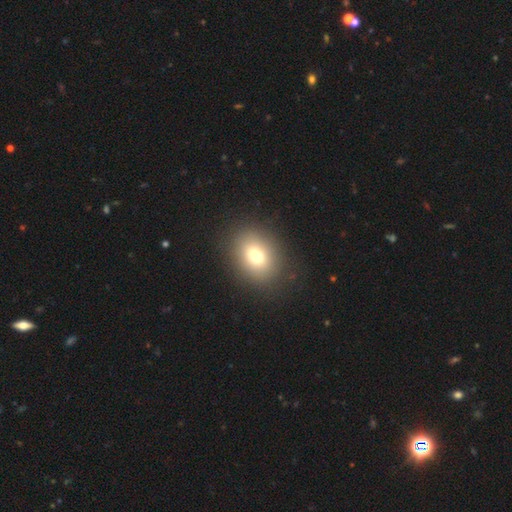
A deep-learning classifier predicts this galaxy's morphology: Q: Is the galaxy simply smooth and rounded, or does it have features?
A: smooth — 74%.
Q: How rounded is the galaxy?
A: round — 51%.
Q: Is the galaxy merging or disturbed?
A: none — 88%.